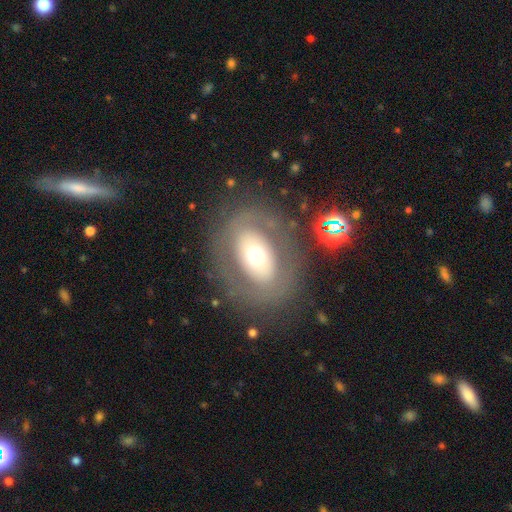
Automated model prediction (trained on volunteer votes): smooth-or-featured: featured or disk: 48% | smooth: 42% | star or artifact: 10%
  merging: none: 77% | minor disturbance: 11% | major disturbance: 9% | merger: 2%